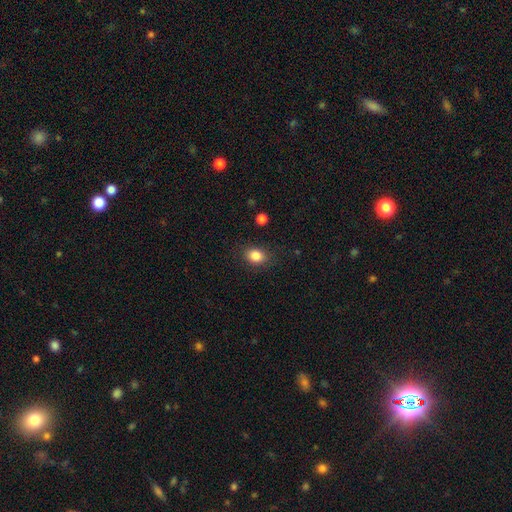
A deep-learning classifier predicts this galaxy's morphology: This is clearly a smooth galaxy (85%). How rounded: possibly in between (59%). Merging: clearly none (84%).